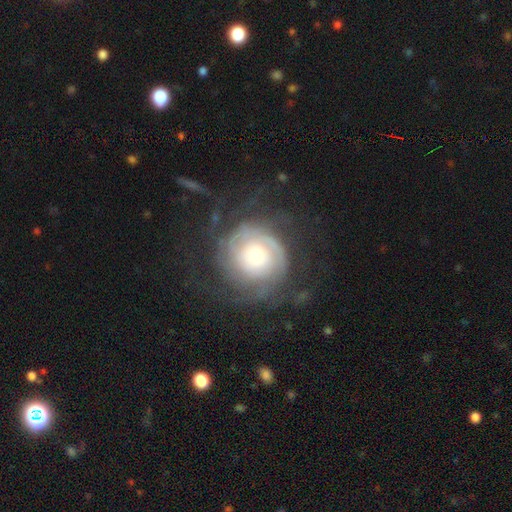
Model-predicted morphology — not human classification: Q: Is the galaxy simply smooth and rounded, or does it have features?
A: featured or disk — 78%.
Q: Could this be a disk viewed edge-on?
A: no — 98%.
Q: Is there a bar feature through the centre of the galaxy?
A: no — 81%.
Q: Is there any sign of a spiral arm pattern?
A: yes — 93%.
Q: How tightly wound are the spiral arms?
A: tight — 66%.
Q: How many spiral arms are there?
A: can't tell — 35%.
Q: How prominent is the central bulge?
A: moderate — 48%.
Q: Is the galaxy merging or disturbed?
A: none — 62%.